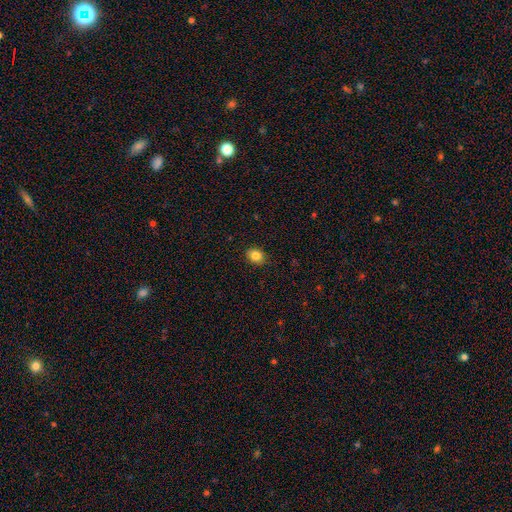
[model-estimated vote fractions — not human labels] smooth_or_featured: smooth (p=0.84) [alt: star or artifact p=0.10]
how_rounded: in between (p=0.59) [alt: round p=0.40]
merging: none (p=0.89) [alt: minor disturbance p=0.08]